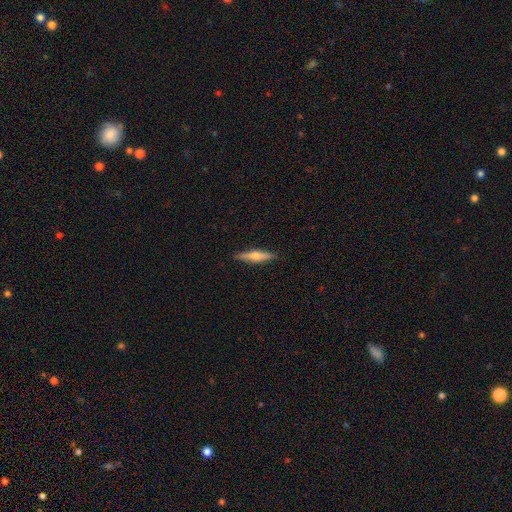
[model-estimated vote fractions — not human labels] This is possibly a featured or disk galaxy (48%). Merging: clearly none (90%).